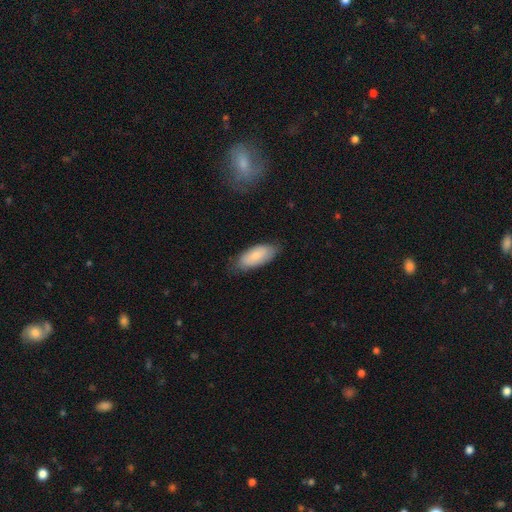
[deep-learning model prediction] Smooth or featured? smooth (76%)
How rounded? in between (88%)
Merging? none (76%)